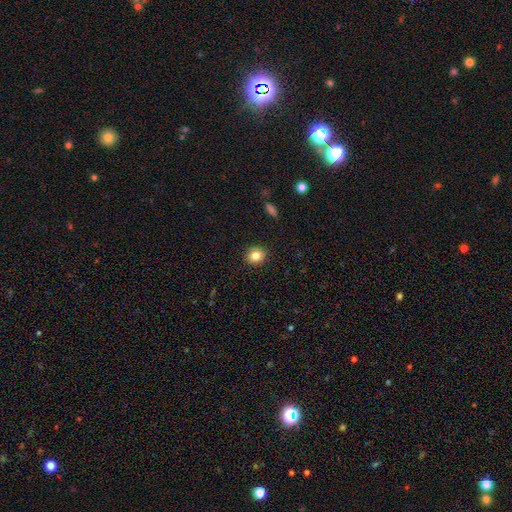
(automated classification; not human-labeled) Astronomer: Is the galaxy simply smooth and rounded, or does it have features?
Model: smooth — 84%.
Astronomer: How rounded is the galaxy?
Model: round — 73%.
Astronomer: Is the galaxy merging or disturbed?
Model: none — 91%.